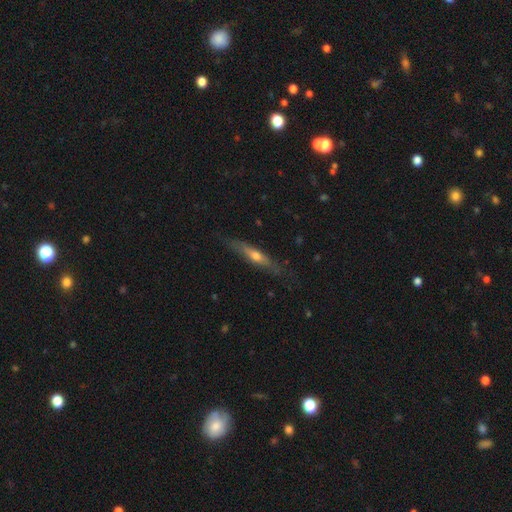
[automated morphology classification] Smooth or featured? Predicted: featured or disk (p=0.57). Edge-on disk? Predicted: yes (p=0.87). Merging? Predicted: none (p=0.78).